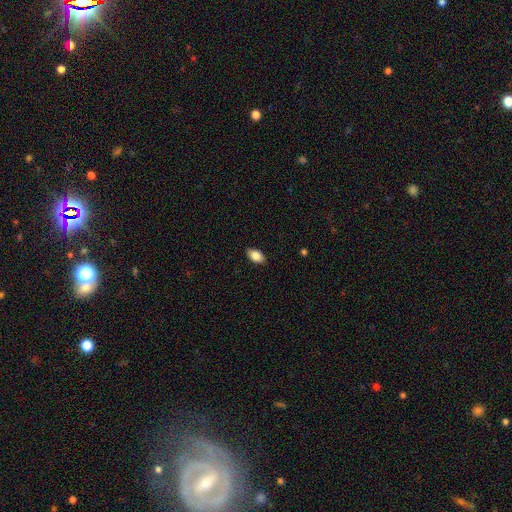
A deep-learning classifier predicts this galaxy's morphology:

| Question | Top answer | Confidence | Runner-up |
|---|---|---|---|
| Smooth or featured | smooth | 86% | star or artifact (7%) |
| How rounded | in between | 91% | round (6%) |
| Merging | none | 87% | minor disturbance (10%) |